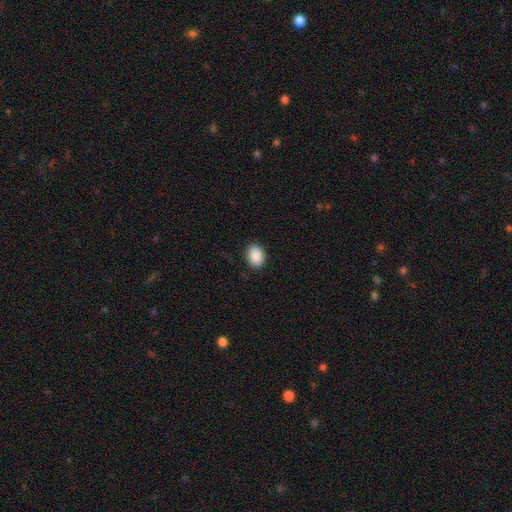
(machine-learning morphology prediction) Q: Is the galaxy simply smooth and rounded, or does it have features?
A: smooth — 90%.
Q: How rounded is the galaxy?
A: in between — 75%.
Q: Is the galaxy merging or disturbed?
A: none — 88%.